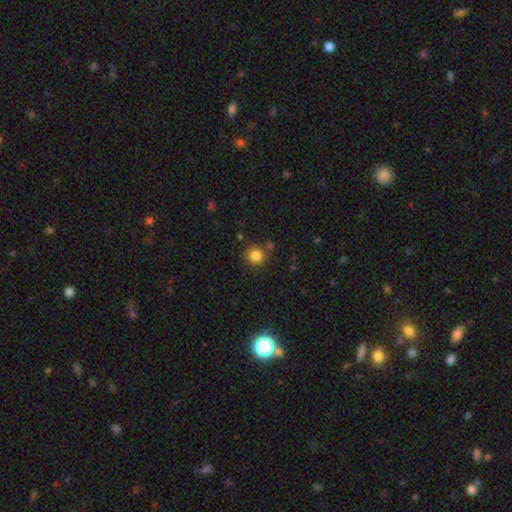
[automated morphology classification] Smooth or featured?
  - smooth: 83% *
  - star or artifact: 12%
  - featured or disk: 5%
How rounded?
  - round: 93% *
  - in between: 6%
  - cigar-shaped: 1%
Merging?
  - none: 81% *
  - minor disturbance: 9%
  - merger: 7%
  - major disturbance: 3%